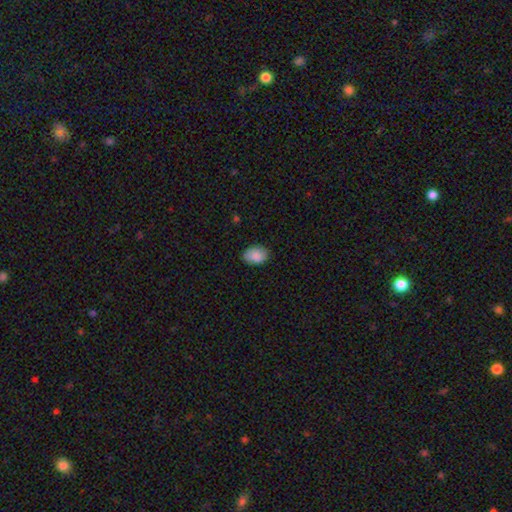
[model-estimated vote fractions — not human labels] This is clearly a smooth galaxy (87%). How rounded: clearly in between (80%). Merging: clearly none (82%).